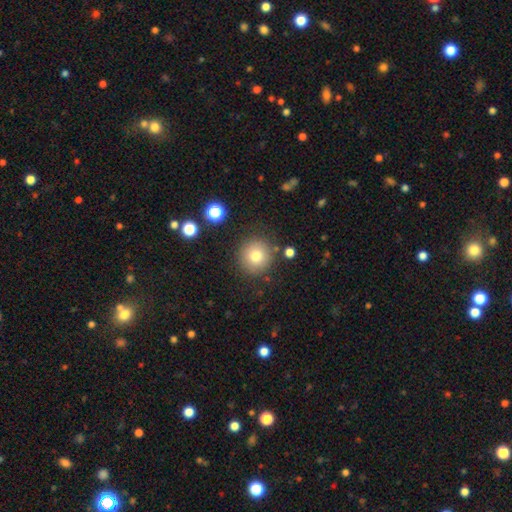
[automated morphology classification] smooth-or-featured: smooth: 78% | star or artifact: 12% | featured or disk: 11%
  how-rounded: round: 94% | in between: 5% | cigar-shaped: 1%
  merging: none: 85% | minor disturbance: 8% | major disturbance: 3% | merger: 3%